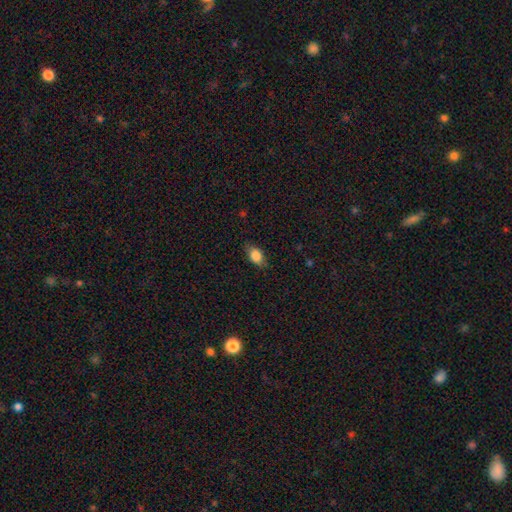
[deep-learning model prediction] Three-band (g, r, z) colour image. It shows a smooth galaxy with no disk features (83%) that is in between round and cigar-shaped (84%). Merging: none (80%).